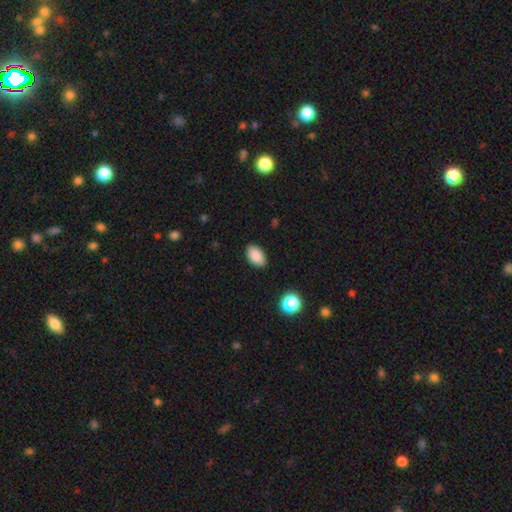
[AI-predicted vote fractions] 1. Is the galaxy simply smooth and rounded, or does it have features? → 88% smooth, 9% star or artifact, 3% featured or disk.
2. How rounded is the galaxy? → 92% in between, 7% round, 1% cigar-shaped.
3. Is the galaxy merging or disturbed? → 87% none, 9% minor disturbance, 2% major disturbance, 1% merger.